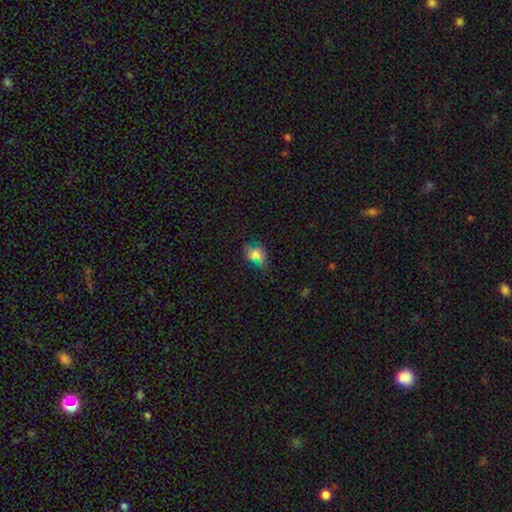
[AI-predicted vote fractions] Q: Smooth or featured?
A: smooth (61%); runner-up: star or artifact (26%)
Q: How rounded?
A: in between (57%); runner-up: round (38%)
Q: Merging?
A: none (62%); runner-up: minor disturbance (22%)